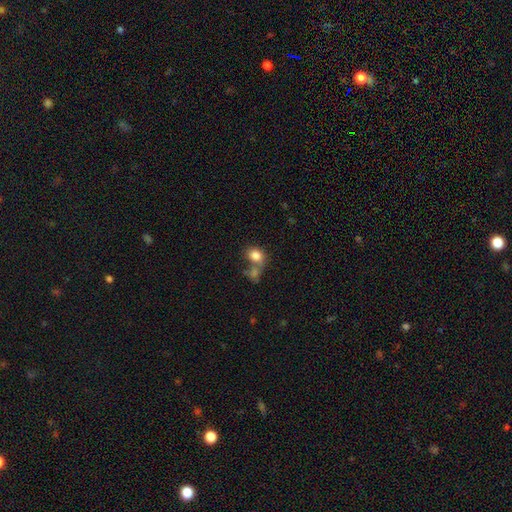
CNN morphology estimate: Smooth or featured: smooth — 81% (featured or disk — 10%)
How rounded: in between — 50% (round — 48%)
Merging: merger — 42% (none — 37%)